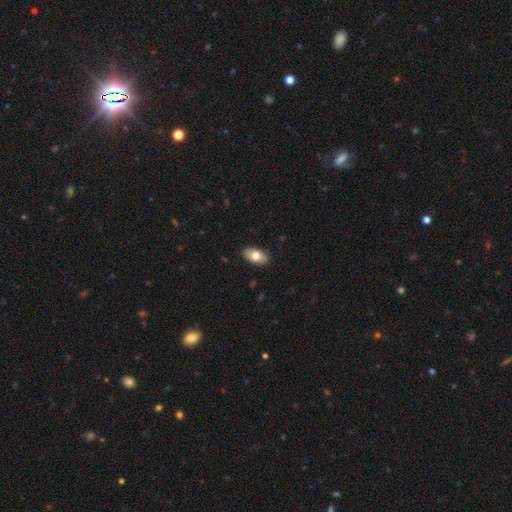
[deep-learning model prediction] Q: Smooth or featured?
A: smooth (75%); runner-up: featured or disk (19%)
Q: How rounded?
A: in between (93%); runner-up: round (4%)
Q: Merging?
A: none (89%); runner-up: minor disturbance (8%)